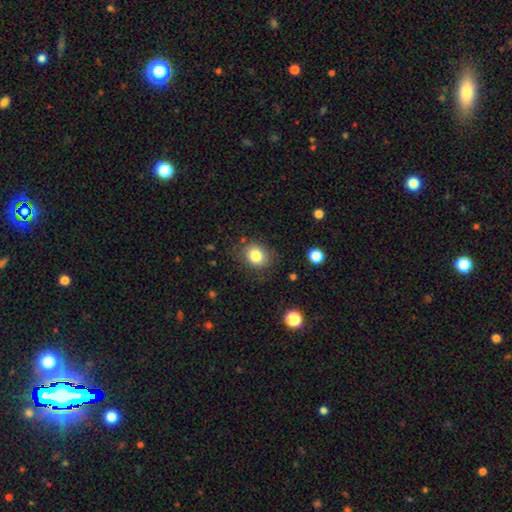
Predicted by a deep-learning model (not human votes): smooth-or-featured: smooth: 82% | star or artifact: 11% | featured or disk: 8%
  how-rounded: round: 66% | in between: 33% | cigar-shaped: 1%
  merging: none: 79% | minor disturbance: 14% | major disturbance: 5% | merger: 2%